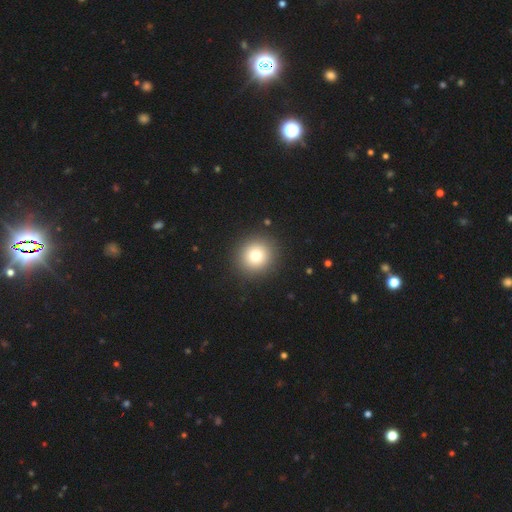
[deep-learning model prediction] Smooth or featured: smooth — 78% (star or artifact — 12%)
How rounded: round — 91% (in between — 8%)
Merging: none — 91% (minor disturbance — 5%)